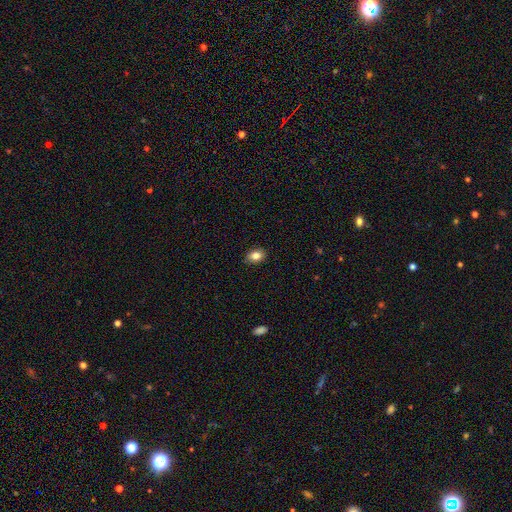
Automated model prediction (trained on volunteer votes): smooth_or_featured: smooth (p=0.83) [alt: star or artifact p=0.09]
how_rounded: in between (p=0.73) [alt: round p=0.25]
merging: none (p=0.87) [alt: minor disturbance p=0.10]